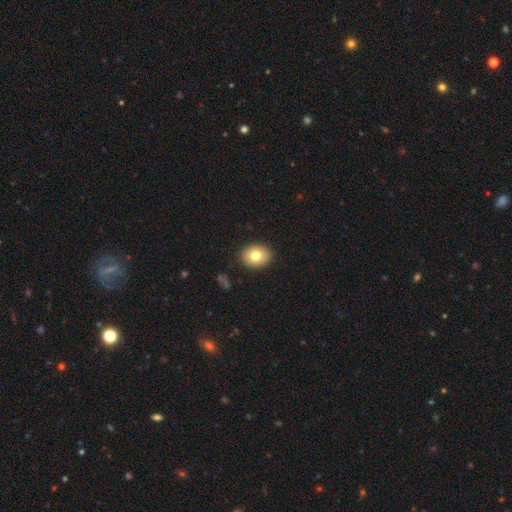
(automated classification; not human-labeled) Smooth or featured? smooth (77%)
How rounded? in between (51%)
Merging? none (90%)